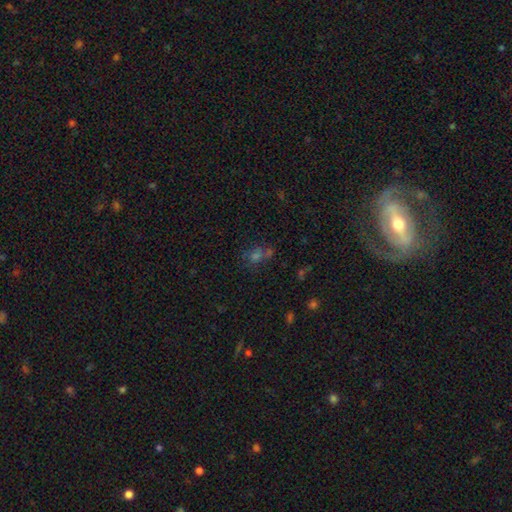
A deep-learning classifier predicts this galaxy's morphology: Q: Smooth or featured?
A: smooth (52%); runner-up: star or artifact (36%)
Q: How rounded?
A: round (69%); runner-up: in between (29%)
Q: Merging?
A: none (52%); runner-up: merger (29%)